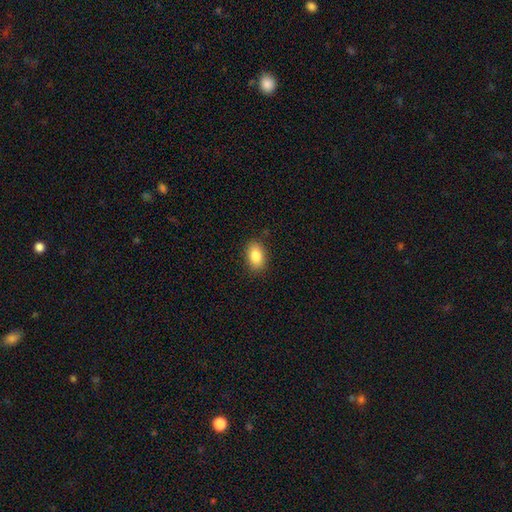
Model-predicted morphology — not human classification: A smooth galaxy with no disk features (85%) that is in between round and cigar-shaped (86%). Merging: none (88%).